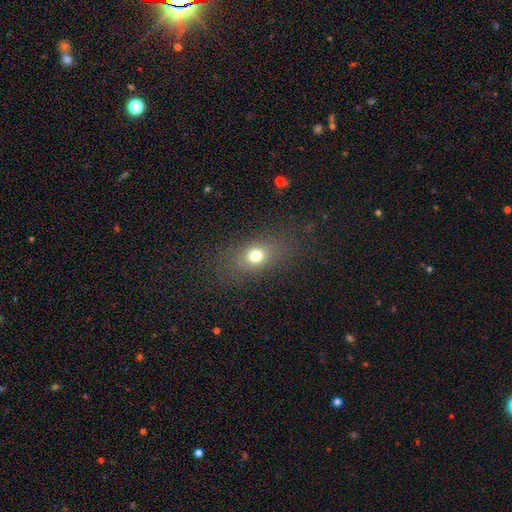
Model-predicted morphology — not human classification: type=smooth (72%); roundness=in between (60%); merging=none (81%).